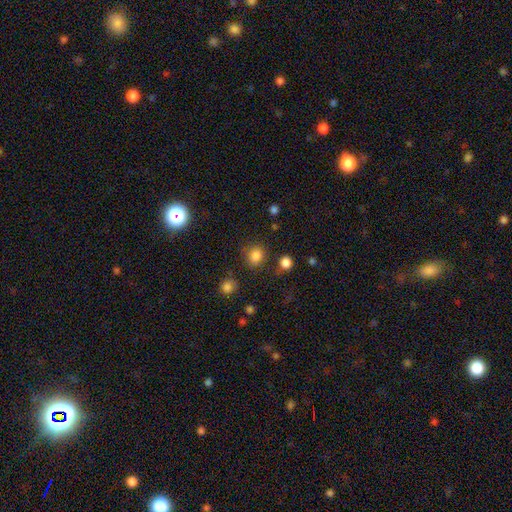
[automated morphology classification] type=smooth (83%); roundness=round (82%); merging=none (80%).